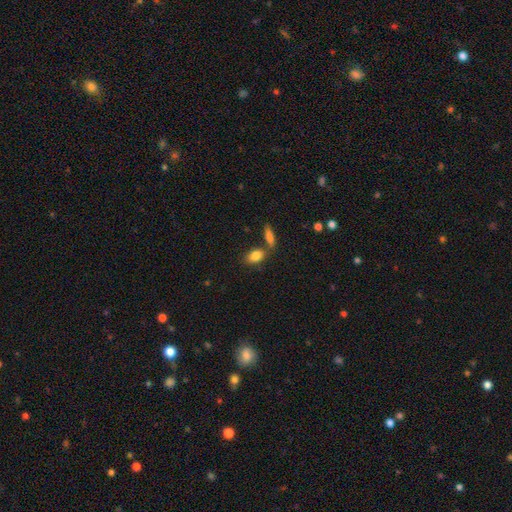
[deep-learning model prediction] This appears to be a smooth galaxy with no disk features (84%) that is in between round and cigar-shaped (84%). Merging: none (63%).